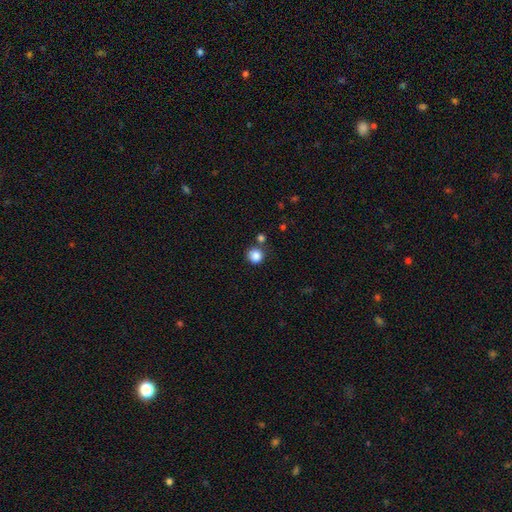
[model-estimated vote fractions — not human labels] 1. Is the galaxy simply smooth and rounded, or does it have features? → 86% smooth, 10% star or artifact, 4% featured or disk.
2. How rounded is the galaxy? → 92% round, 7% in between, 1% cigar-shaped.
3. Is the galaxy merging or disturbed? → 77% none, 10% merger, 9% minor disturbance, 3% major disturbance.